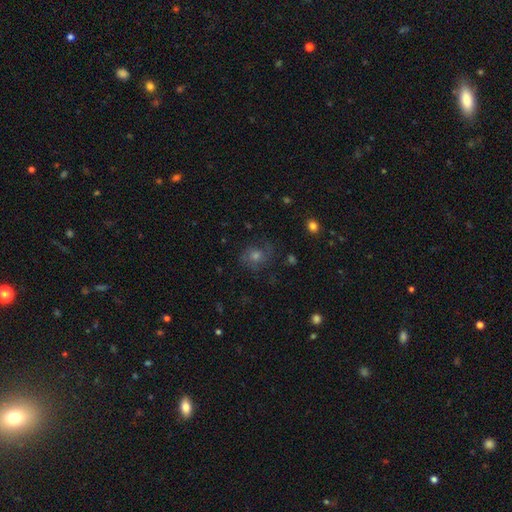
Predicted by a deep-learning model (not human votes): A featured or disk galaxy (39%).

Vote fractions:
- Smooth or featured? featured or disk: 39% / smooth: 34% / star or artifact: 26%
- Merging? none: 74% / minor disturbance: 16% / major disturbance: 9% / merger: 2%